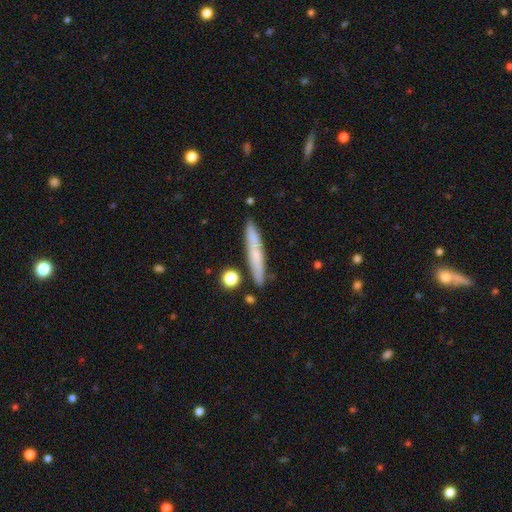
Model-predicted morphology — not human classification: The model was most divided on "smooth or featured": smooth: 58%, featured or disk: 35%, star or artifact: 7%. More confident: how rounded — cigar-shaped (94%); merging — none (84%).